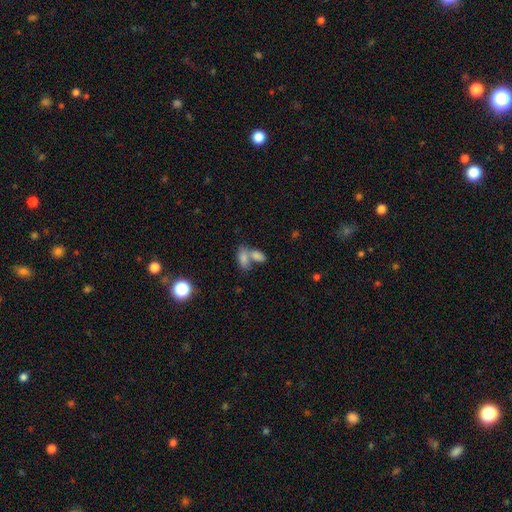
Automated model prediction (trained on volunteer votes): Smooth or featured?
  - smooth: 76% *
  - featured or disk: 12%
  - star or artifact: 12%
How rounded?
  - in between: 86% *
  - round: 8%
  - cigar-shaped: 6%
Merging?
  - merger: 59% *
  - none: 29%
  - minor disturbance: 8%
  - major disturbance: 5%